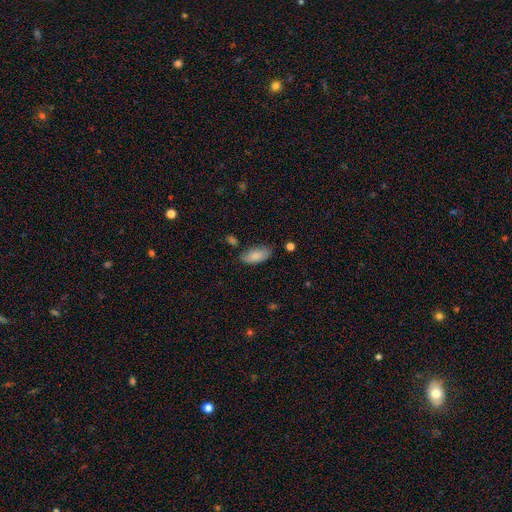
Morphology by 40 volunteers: smooth-or-featured: smooth: 95% | featured or disk: 2% | star or artifact: 2%
  how-rounded: in between: 87% | cigar-shaped: 11% | round: 3%
  merging: none: 92% | minor disturbance: 8% | major disturbance: 0% | merger: 0%